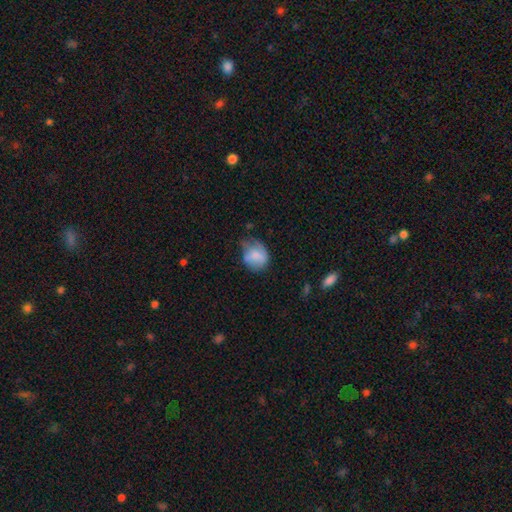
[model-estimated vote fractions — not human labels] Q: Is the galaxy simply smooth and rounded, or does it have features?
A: smooth — 71%.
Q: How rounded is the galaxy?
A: round — 57%.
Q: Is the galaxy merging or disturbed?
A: none — 40%.